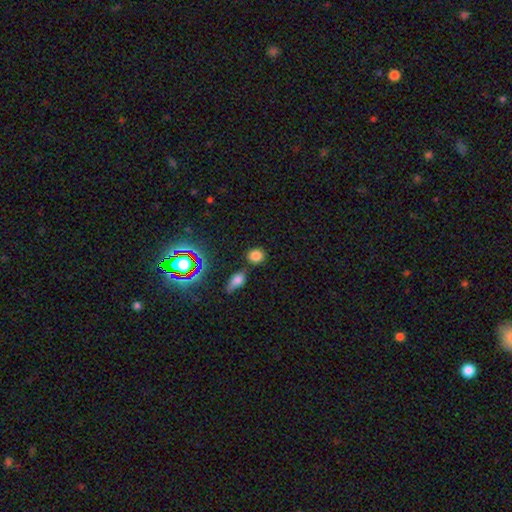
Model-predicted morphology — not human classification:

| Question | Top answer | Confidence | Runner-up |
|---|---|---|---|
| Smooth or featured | smooth | 80% | star or artifact (14%) |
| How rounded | round | 83% | in between (15%) |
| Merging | none | 77% | merger (10%) |